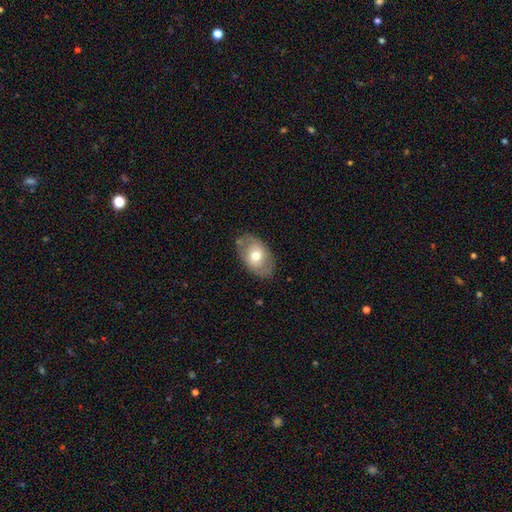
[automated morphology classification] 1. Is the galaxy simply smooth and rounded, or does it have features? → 59% smooth, 34% featured or disk, 7% star or artifact.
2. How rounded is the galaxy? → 85% in between, 14% round, 1% cigar-shaped.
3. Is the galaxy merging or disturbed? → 77% none, 16% minor disturbance, 5% major disturbance, 2% merger.